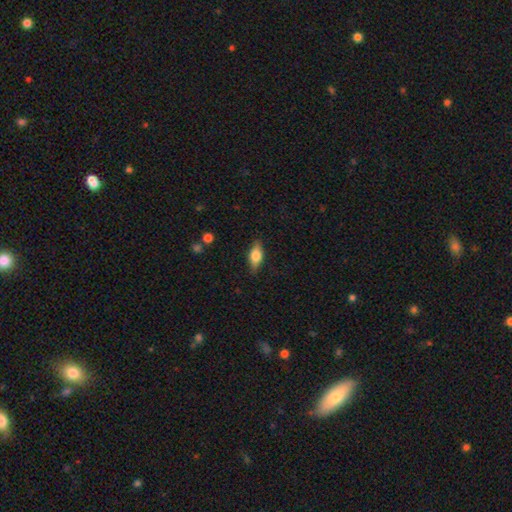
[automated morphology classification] Smooth or featured: smooth — 61% (featured or disk — 32%)
How rounded: in between — 77% (cigar-shaped — 18%)
Merging: none — 83% (minor disturbance — 13%)